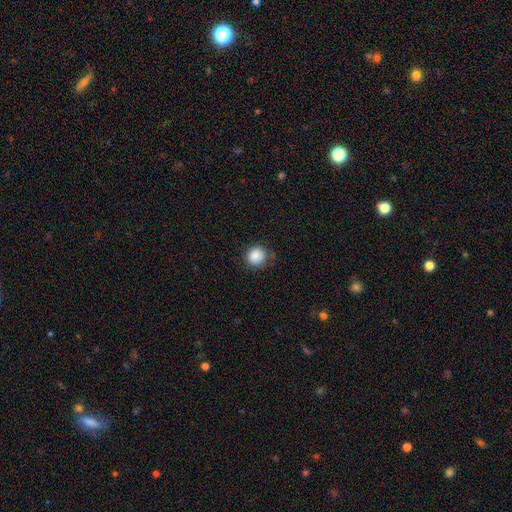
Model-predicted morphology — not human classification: Smooth or featured? Predicted: smooth (p=0.87). How rounded? Predicted: round (p=0.90). Merging? Predicted: none (p=0.82).